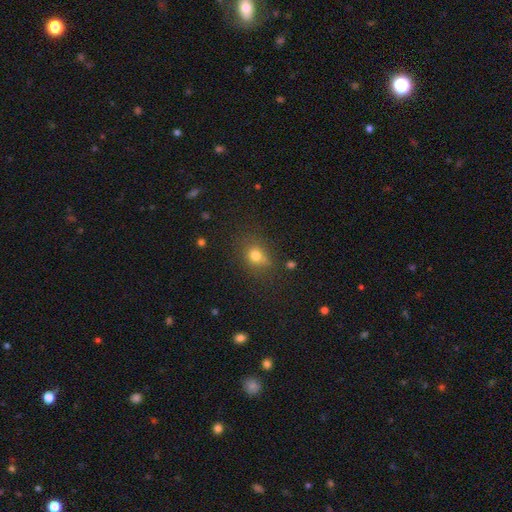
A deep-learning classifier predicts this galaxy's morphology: A smooth galaxy with no disk features (74%) that is round (58%). Merging: none (68%).